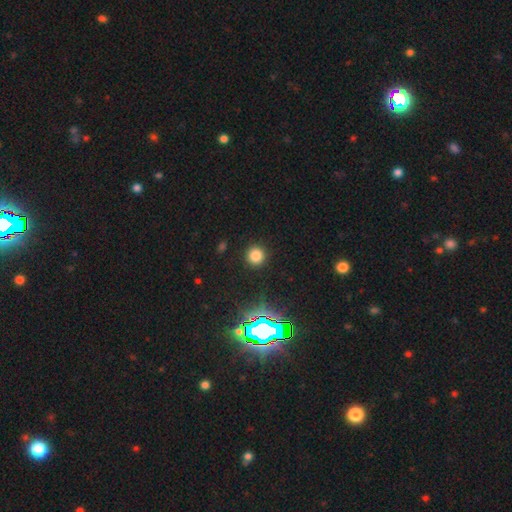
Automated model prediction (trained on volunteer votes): A smooth galaxy with no disk features (77%) that is round (94%).

Vote fractions:
- Smooth or featured? smooth: 77% / star or artifact: 18% / featured or disk: 5%
- How rounded? round: 94% / in between: 5% / cigar-shaped: 1%
- Merging? none: 91% / minor disturbance: 5% / major disturbance: 2% / merger: 1%